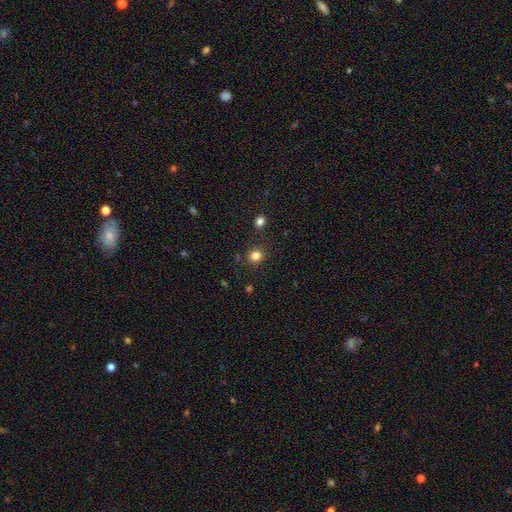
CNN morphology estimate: Overall: smooth (81%). How rounded: round (86%). Merging: none (86%).